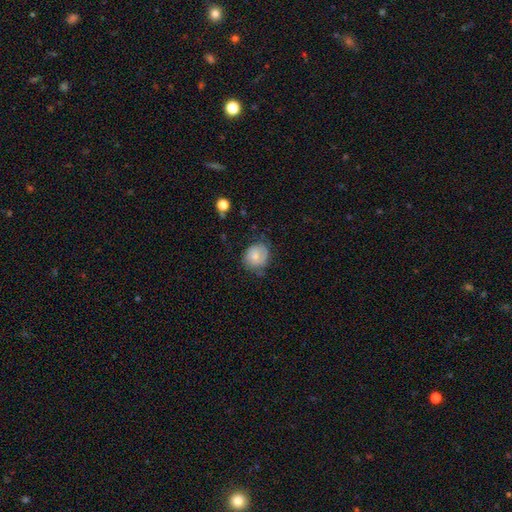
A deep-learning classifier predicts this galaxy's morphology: Smooth or featured?
  - smooth: 63% *
  - featured or disk: 30%
  - star or artifact: 8%
How rounded?
  - round: 73% *
  - in between: 26%
  - cigar-shaped: 1%
Merging?
  - none: 62% *
  - minor disturbance: 28%
  - major disturbance: 9%
  - merger: 2%